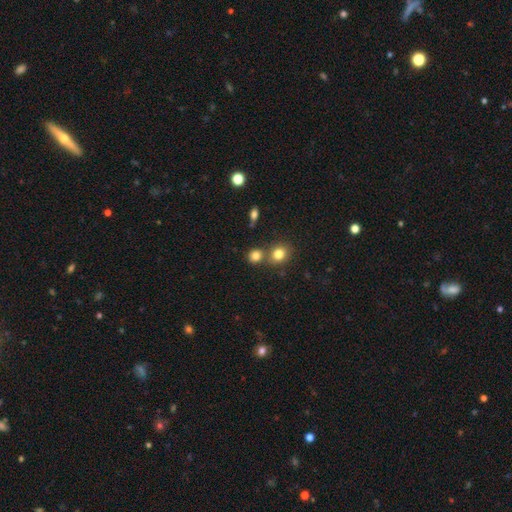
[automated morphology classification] This appears to be a smooth galaxy with no disk features (80%) that is round (83%). Merging: none (65%).